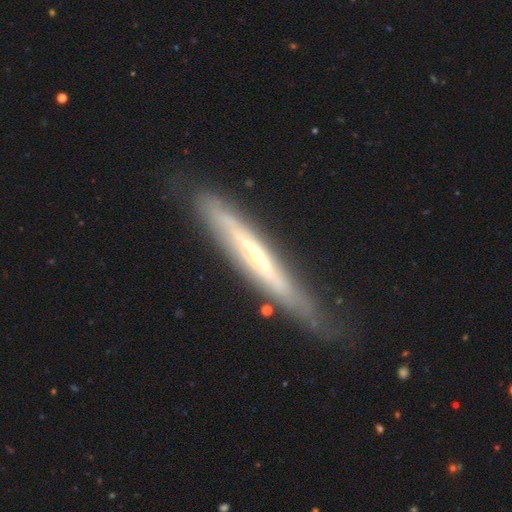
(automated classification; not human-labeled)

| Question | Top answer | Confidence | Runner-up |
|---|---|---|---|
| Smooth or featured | featured or disk | 78% | smooth (17%) |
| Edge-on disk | yes | 78% | no (22%) |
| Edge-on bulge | rounded | 69% | none (28%) |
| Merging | none | 72% | minor disturbance (20%) |